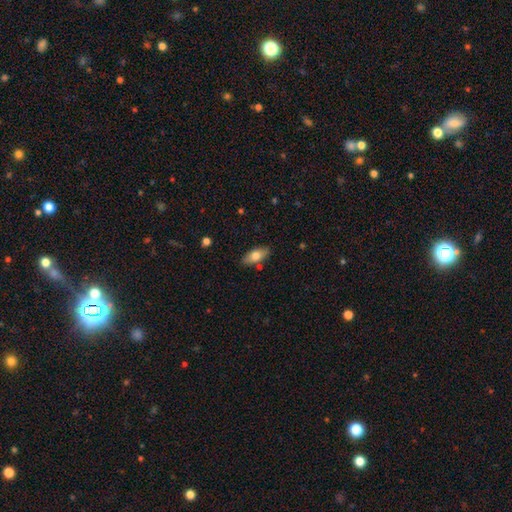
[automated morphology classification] Q: Smooth or featured?
A: smooth (72%); runner-up: featured or disk (21%)
Q: How rounded?
A: in between (85%); runner-up: cigar-shaped (12%)
Q: Merging?
A: none (82%); runner-up: minor disturbance (12%)